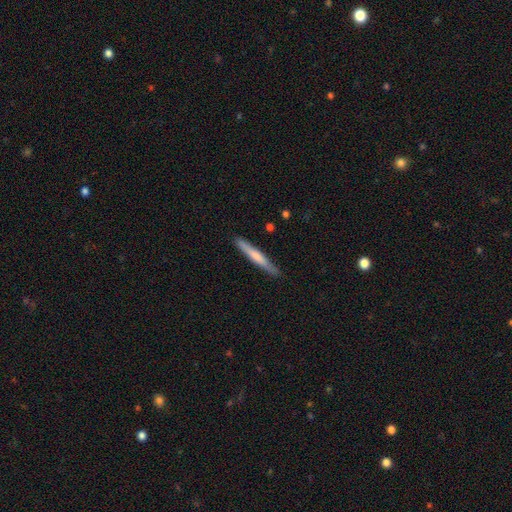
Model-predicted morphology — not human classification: The model was most divided on "smooth or featured": smooth: 58%, featured or disk: 37%, star or artifact: 5%. More confident: how rounded — cigar-shaped (96%); merging — none (89%).